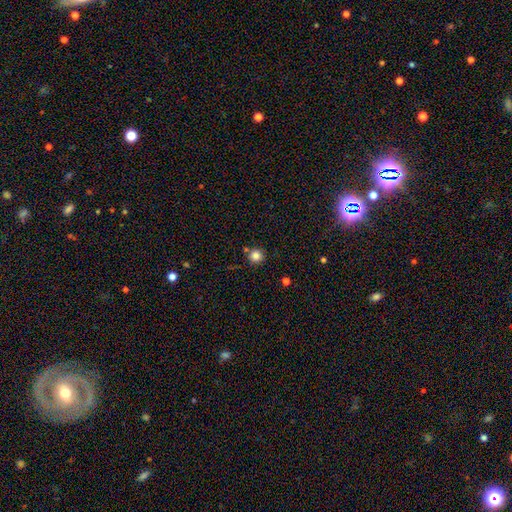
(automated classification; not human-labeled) A smooth galaxy with no disk features (83%) that is round (94%).

Vote fractions:
- Smooth or featured? smooth: 83% / star or artifact: 12% / featured or disk: 5%
- How rounded? round: 94% / in between: 5% / cigar-shaped: 1%
- Merging? none: 84% / minor disturbance: 8% / merger: 6% / major disturbance: 2%